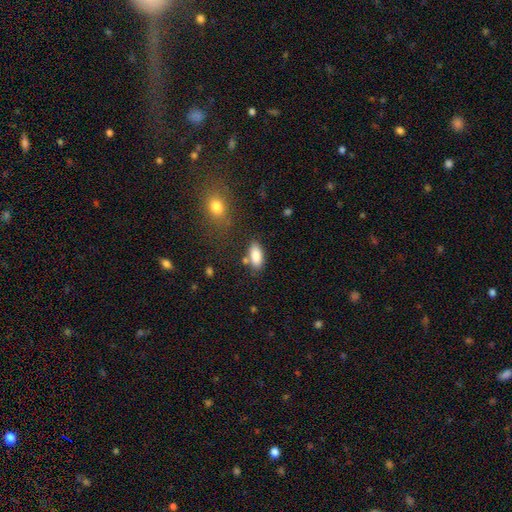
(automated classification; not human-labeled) Smooth or featured: smooth — 86% (featured or disk — 7%)
How rounded: in between — 87% (cigar-shaped — 10%)
Merging: none — 74% (minor disturbance — 14%)